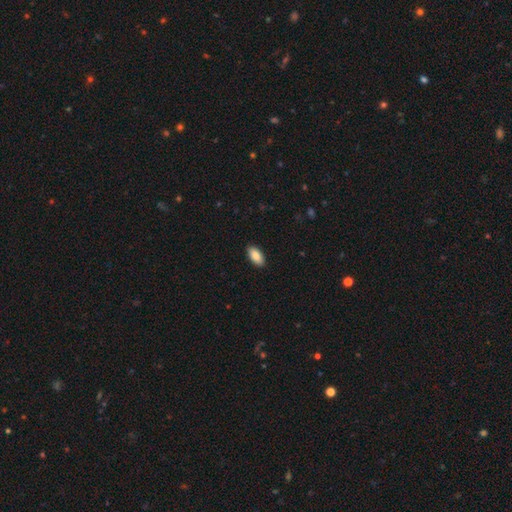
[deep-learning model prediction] A smooth galaxy with no disk features (88%) that is in between round and cigar-shaped (92%). Merging: none (90%).